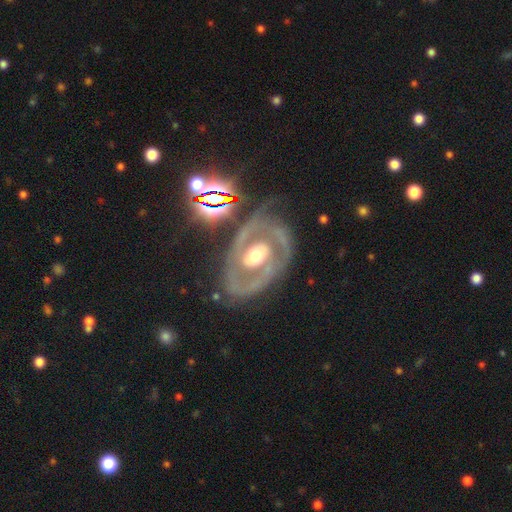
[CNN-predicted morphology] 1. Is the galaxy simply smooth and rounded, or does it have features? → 82% featured or disk, 12% smooth, 6% star or artifact.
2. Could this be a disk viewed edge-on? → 95% no, 5% yes.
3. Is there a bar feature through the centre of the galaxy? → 51% no, 30% weak, 19% strong.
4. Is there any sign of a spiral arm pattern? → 67% yes, 33% no.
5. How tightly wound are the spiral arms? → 46% tight, 39% medium, 16% loose.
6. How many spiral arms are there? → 65% 2, 17% can't tell, 9% 1, 5% 3, 2% 4, 2% more than 4.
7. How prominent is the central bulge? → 70% moderate, 15% large, 12% small, 2% dominant, 1% none.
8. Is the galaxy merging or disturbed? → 62% none, 19% minor disturbance, 15% major disturbance, 5% merger.